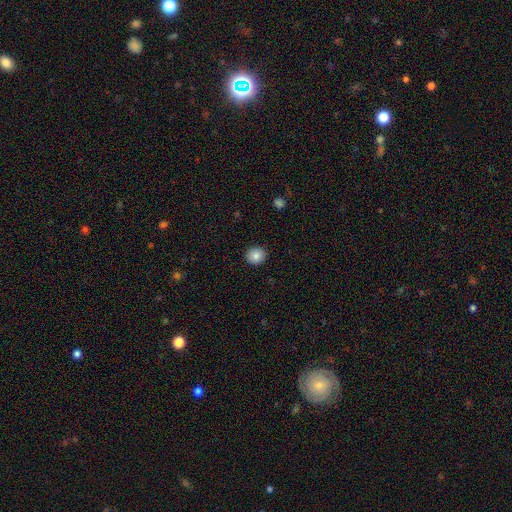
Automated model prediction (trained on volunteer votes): The model was most divided on "smooth or featured": smooth: 84%, star or artifact: 9%, featured or disk: 7%. More confident: merging — none (92%); how rounded — round (89%).